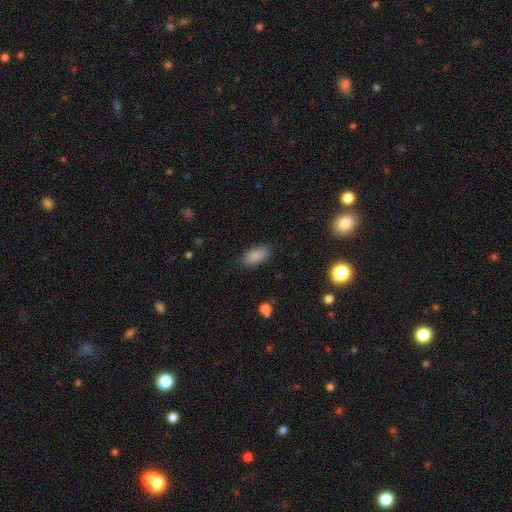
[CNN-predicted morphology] smooth_or_featured: smooth (p=0.87) [alt: star or artifact p=0.08]
how_rounded: in between (p=0.90) [alt: cigar-shaped p=0.07]
merging: none (p=0.84) [alt: minor disturbance p=0.12]